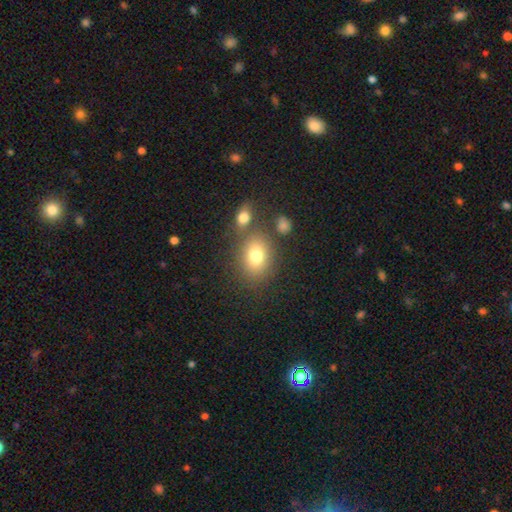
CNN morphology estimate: The model was most divided on "how rounded": in between: 58%, round: 41%, cigar-shaped: 1%. More confident: smooth or featured — smooth (77%); merging — none (68%).